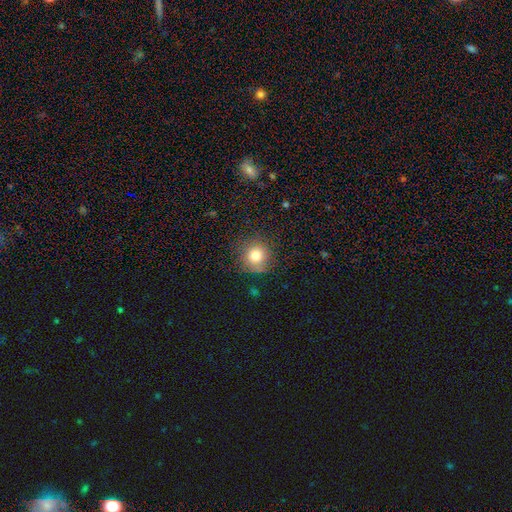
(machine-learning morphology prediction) type=smooth (80%); roundness=round (92%); merging=none (79%).